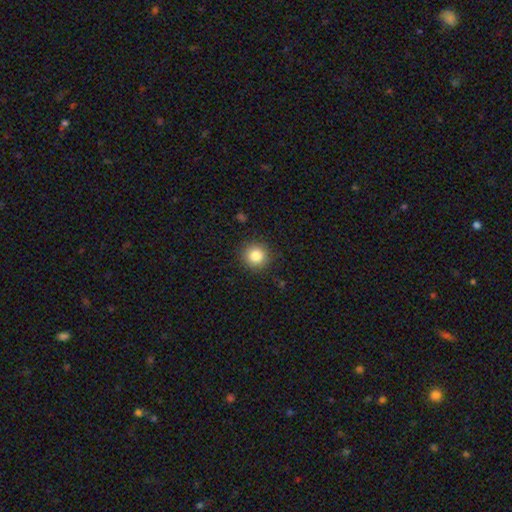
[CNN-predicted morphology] type=smooth (84%); roundness=round (92%); merging=none (89%).